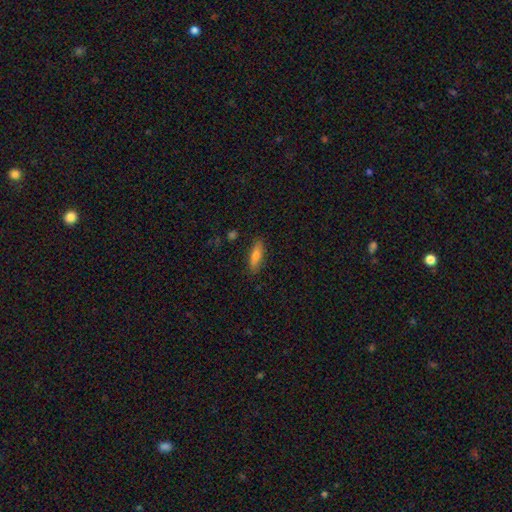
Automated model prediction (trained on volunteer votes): Morphology: type=smooth (73%); roundness=cigar-shaped (53%); merging=none (86%).